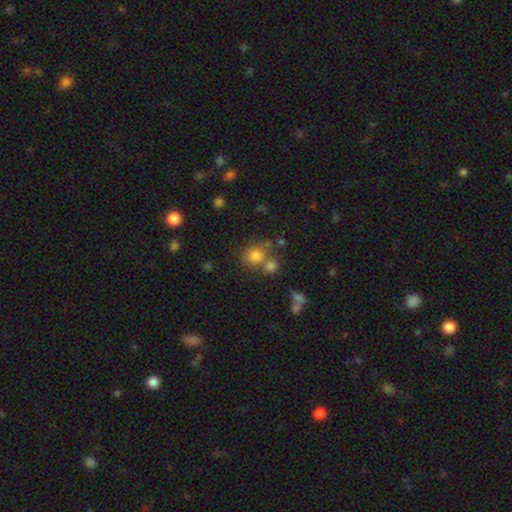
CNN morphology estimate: Overall: smooth (78%). How rounded: round (83%). Merging: none (57%; merger 29%).